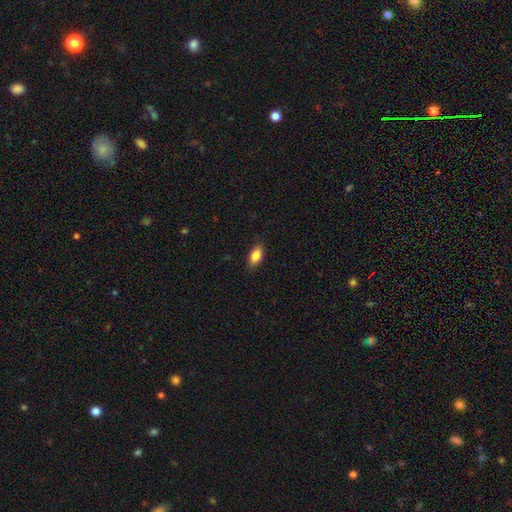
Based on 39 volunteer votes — Q: Smooth or featured?
A: smooth (90%); runner-up: featured or disk (5%)
Q: How rounded?
A: in between (91%); runner-up: cigar-shaped (6%)
Q: Merging?
A: none (92%); runner-up: minor disturbance (5%)